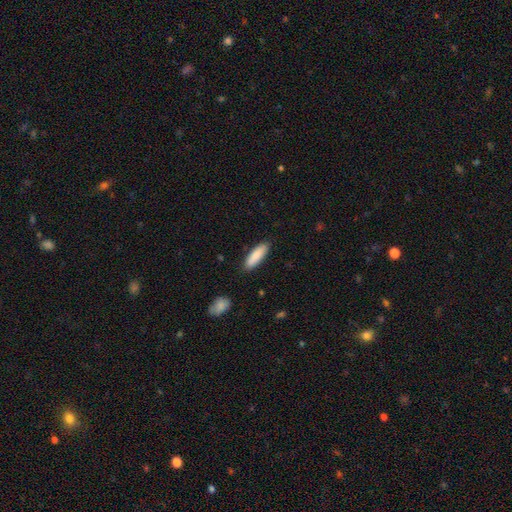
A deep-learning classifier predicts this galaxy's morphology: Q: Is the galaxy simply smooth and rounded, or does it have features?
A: smooth — 87%.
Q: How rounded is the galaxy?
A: in between — 50%.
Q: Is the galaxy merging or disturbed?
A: none — 87%.